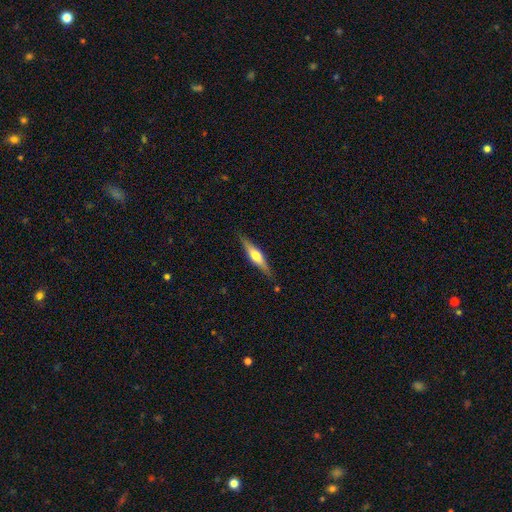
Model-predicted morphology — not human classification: Overall: featured or disk (55%; smooth 40%). Edge-on disk: yes (93%). Edge-on bulge: rounded (89%). Merging: none (85%).